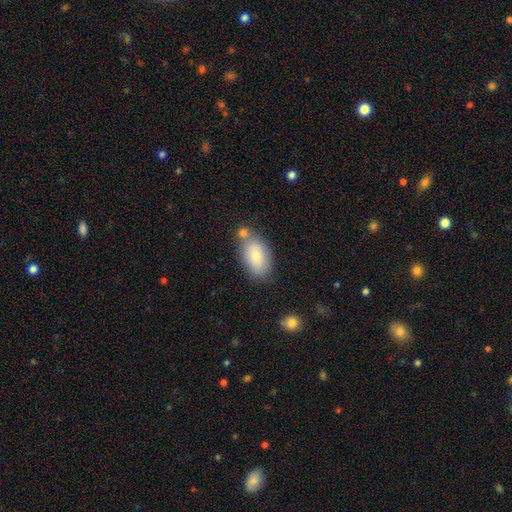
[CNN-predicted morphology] A smooth galaxy with no disk features (72%) that is in between round and cigar-shaped (91%).

Vote fractions:
- Smooth or featured? smooth: 72% / featured or disk: 20% / star or artifact: 7%
- How rounded? in between: 91% / round: 7% / cigar-shaped: 2%
- Merging? none: 59% / merger: 18% / minor disturbance: 18% / major disturbance: 5%